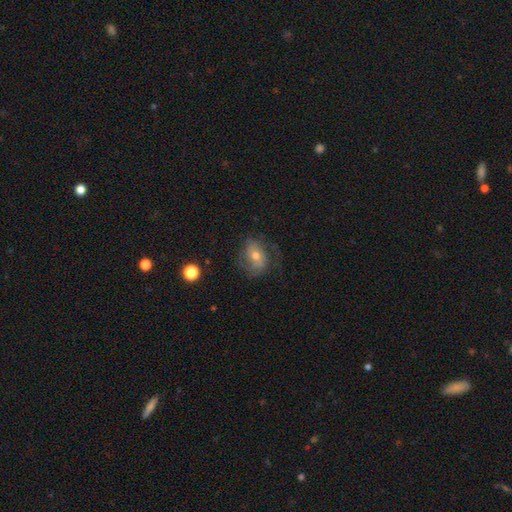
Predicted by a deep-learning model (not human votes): Smooth or featured? Predicted: featured or disk (p=0.55). Edge-on disk? Predicted: no (p=0.96). Bar? Predicted: no (p=0.63). Spiral arms? Predicted: yes (p=0.79). Bulge size? Predicted: moderate (p=0.63). Merging? Predicted: none (p=0.57).